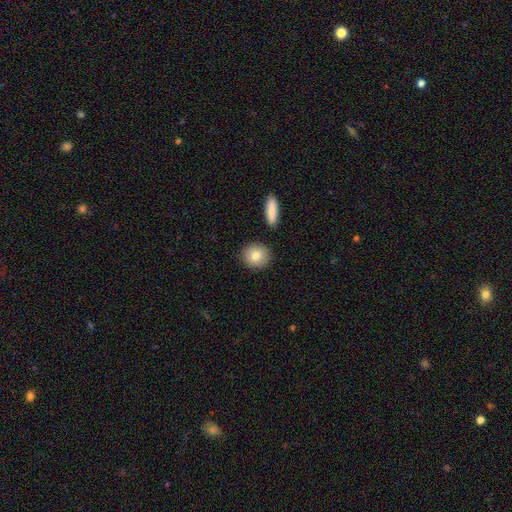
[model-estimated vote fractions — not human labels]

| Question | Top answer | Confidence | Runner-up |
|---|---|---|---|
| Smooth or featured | smooth | 82% | featured or disk (11%) |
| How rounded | round | 77% | in between (21%) |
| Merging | none | 87% | minor disturbance (7%) |